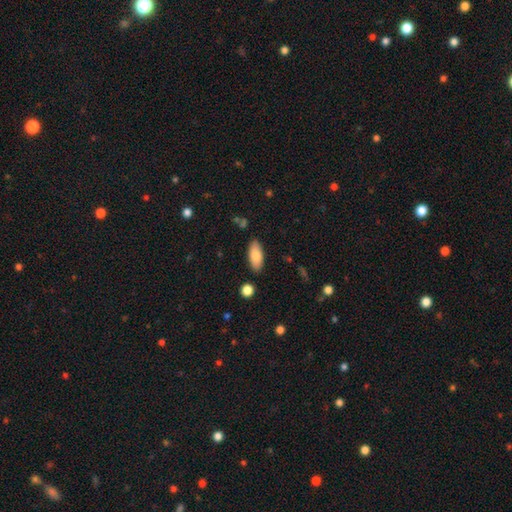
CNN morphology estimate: Smooth or featured? Predicted: smooth (p=0.82). How rounded? Predicted: in between (p=0.86). Merging? Predicted: none (p=0.86).